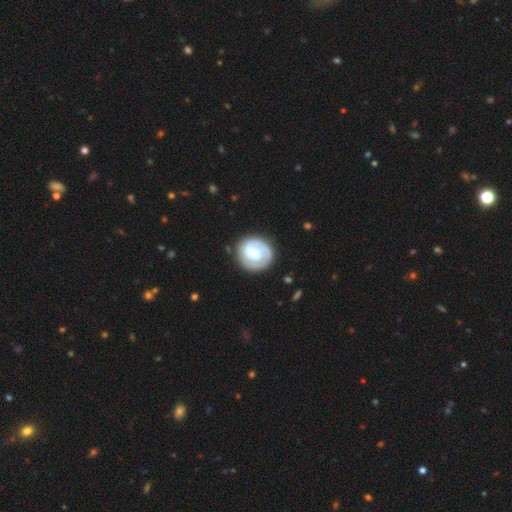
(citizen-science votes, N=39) smooth_or_featured: featured or disk (p=0.67) [alt: smooth p=0.28]
disk_edge_on: no (p=0.92) [alt: yes p=0.08]
bar: no (p=0.62) [alt: weak p=0.38]
has_spiral_arms: yes (p=0.88) [alt: no p=0.12]
spiral_winding: tight (p=0.67) [alt: medium p=0.24]
spiral_arm_count: 1 (p=0.71) [alt: 2 p=0.24]
bulge_size: small (p=0.46) [alt: moderate p=0.38]
merging: none (p=0.81) [alt: minor disturbance p=0.19]